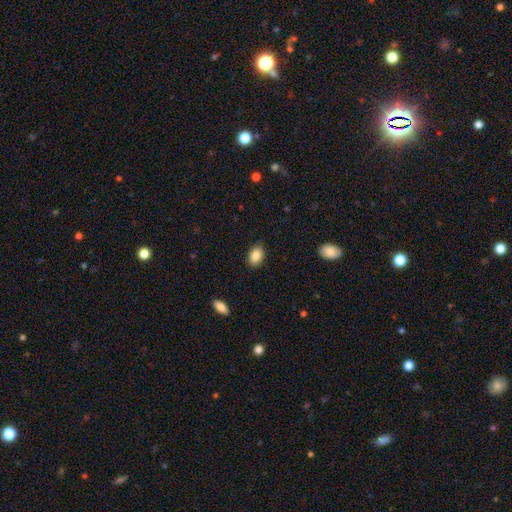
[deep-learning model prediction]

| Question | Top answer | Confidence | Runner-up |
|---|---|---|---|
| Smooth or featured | smooth | 88% | star or artifact (8%) |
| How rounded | in between | 86% | round (13%) |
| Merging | none | 87% | minor disturbance (9%) |